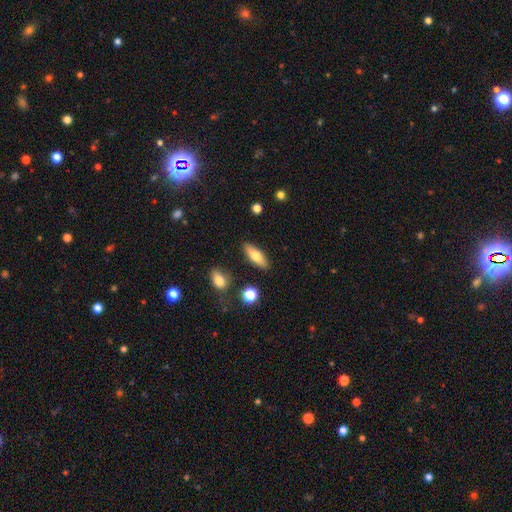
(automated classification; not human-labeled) Smooth or featured? Predicted: smooth (p=0.68). How rounded? Predicted: in between (p=0.62). Merging? Predicted: none (p=0.85).